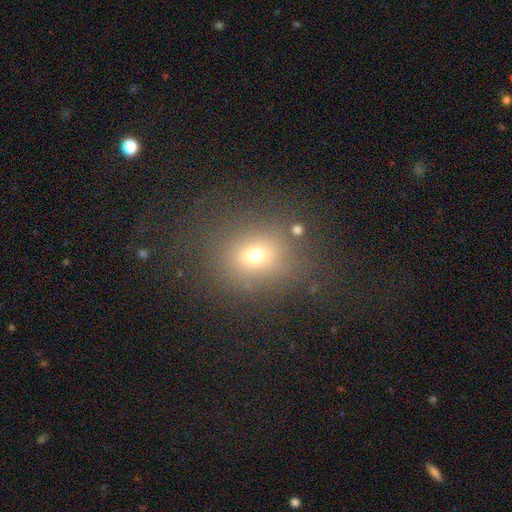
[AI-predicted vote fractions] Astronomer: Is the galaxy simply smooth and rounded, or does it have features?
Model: smooth — 67%.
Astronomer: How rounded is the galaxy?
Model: round — 72%.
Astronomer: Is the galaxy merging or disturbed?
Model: none — 77%.